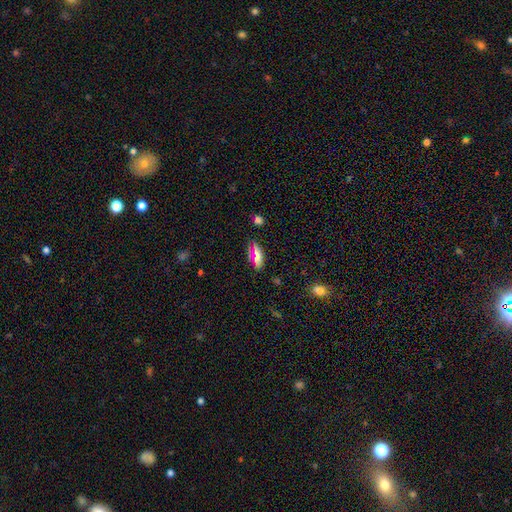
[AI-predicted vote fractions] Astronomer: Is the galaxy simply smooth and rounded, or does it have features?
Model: smooth — 63%.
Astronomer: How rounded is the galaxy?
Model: in between — 74%.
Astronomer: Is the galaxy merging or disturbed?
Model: none — 83%.